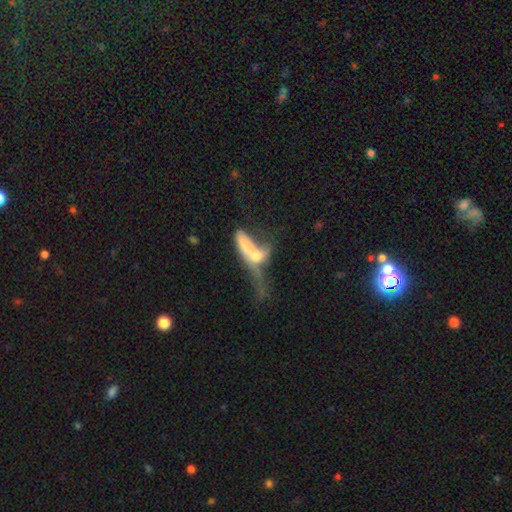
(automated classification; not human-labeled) Smooth or featured: smooth — 48% (featured or disk — 42%)
Merging: merger — 55% (major disturbance — 25%)